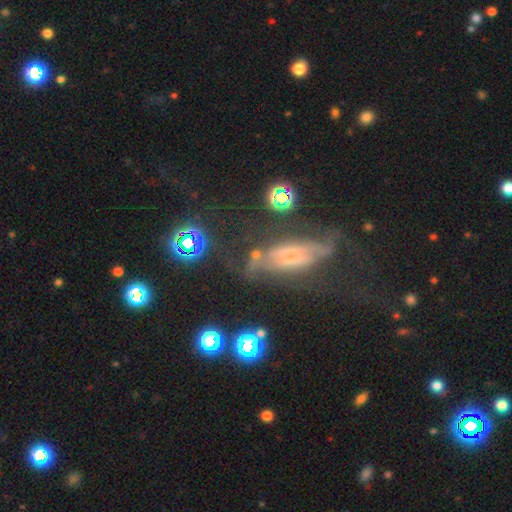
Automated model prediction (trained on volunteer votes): Overall: featured or disk (42%; smooth 31%). Merging: none (46%; major disturbance 22%).